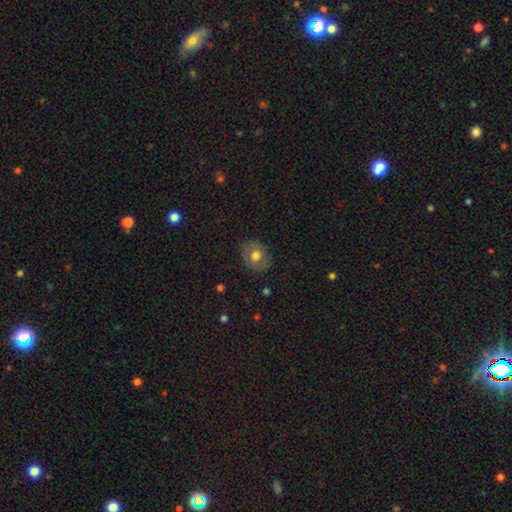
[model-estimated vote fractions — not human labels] This is likely a smooth galaxy (63%). How rounded: likely round (62%). Merging: clearly none (83%).